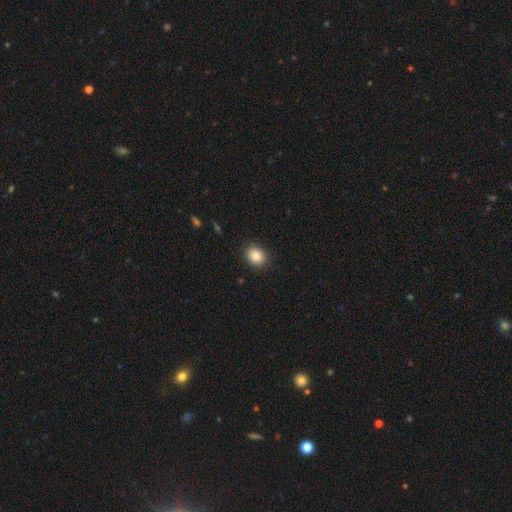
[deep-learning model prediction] Smooth or featured?
  - smooth: 86% *
  - star or artifact: 9%
  - featured or disk: 5%
How rounded?
  - in between: 58% *
  - round: 41%
  - cigar-shaped: 1%
Merging?
  - none: 89% *
  - minor disturbance: 8%
  - major disturbance: 2%
  - merger: 1%